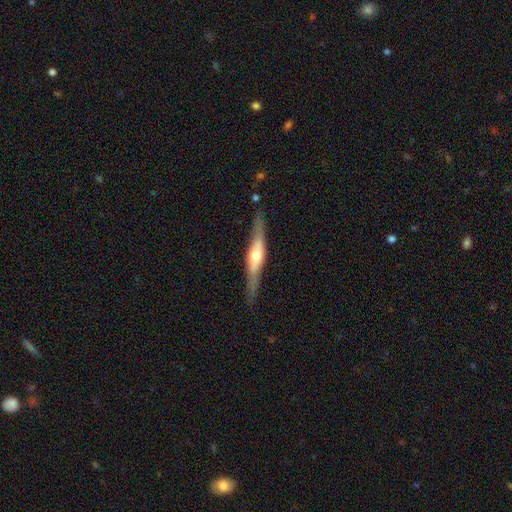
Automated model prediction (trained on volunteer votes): Q: Smooth or featured?
A: featured or disk (71%); runner-up: smooth (24%)
Q: Edge-on disk?
A: yes (95%); runner-up: no (5%)
Q: Edge-on bulge?
A: rounded (88%); runner-up: boxy (8%)
Q: Merging?
A: none (85%); runner-up: minor disturbance (11%)